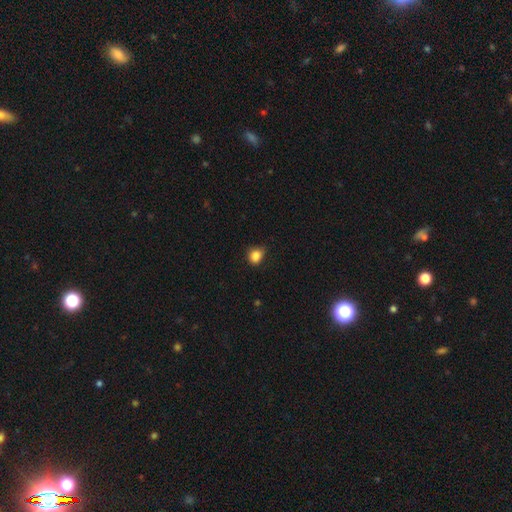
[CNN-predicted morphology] Smooth or featured? smooth (86%)
How rounded? round (55%)
Merging? none (64%)